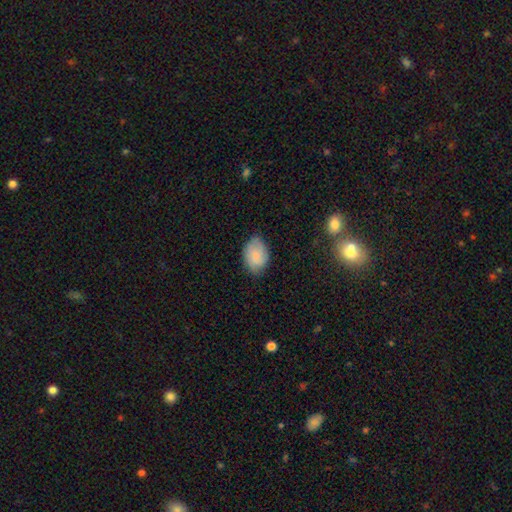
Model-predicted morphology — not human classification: The model was most divided on "merging": none: 71%, minor disturbance: 23%, major disturbance: 4%, merger: 1%. More confident: how rounded — in between (80%); smooth or featured — smooth (75%).